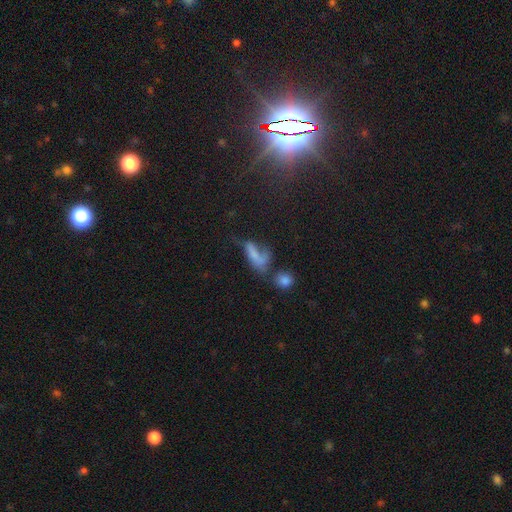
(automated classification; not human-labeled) Smooth or featured? smooth (56%)
How rounded? in between (57%)
Merging? major disturbance (30%)